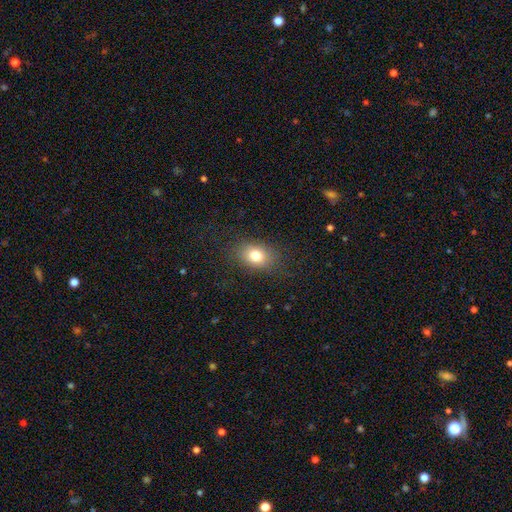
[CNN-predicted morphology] A smooth galaxy with no disk features (78%) that is in between round and cigar-shaped (69%).

Vote fractions:
- Smooth or featured? smooth: 78% / star or artifact: 11% / featured or disk: 10%
- How rounded? in between: 69% / round: 30% / cigar-shaped: 1%
- Merging? none: 81% / minor disturbance: 12% / major disturbance: 5% / merger: 1%